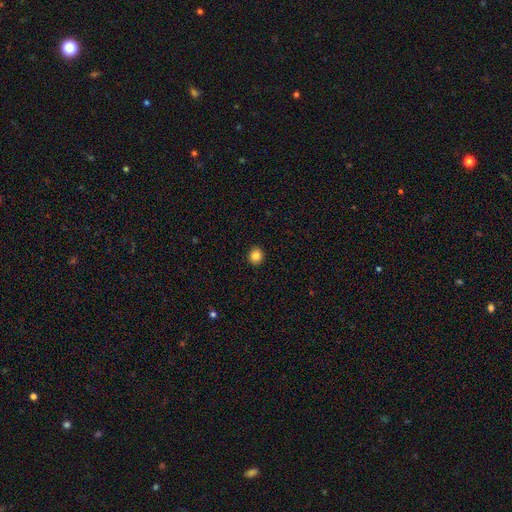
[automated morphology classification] Smooth or featured? Predicted: smooth (p=0.85). How rounded? Predicted: round (p=0.84). Merging? Predicted: none (p=0.93).